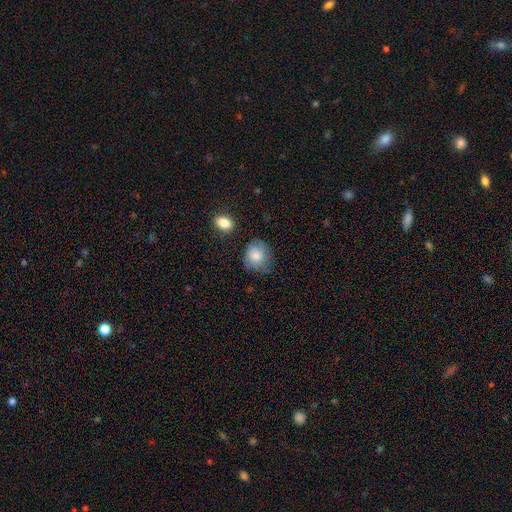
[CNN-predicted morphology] This appears to be a smooth galaxy with no disk features (78%) that is round (66%). Merging: none (62%).